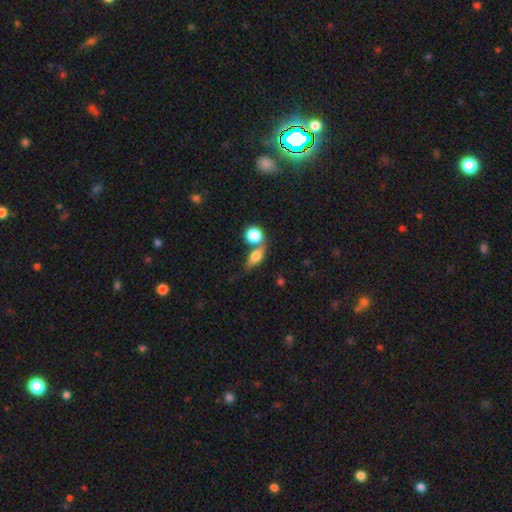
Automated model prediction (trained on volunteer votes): Overall: smooth (71%). How rounded: in between (64%). Merging: none (41%; merger 39%).